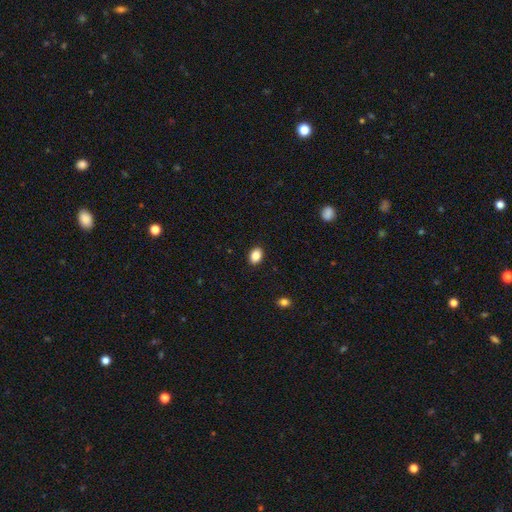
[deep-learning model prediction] smooth-or-featured: smooth: 87% | star or artifact: 9% | featured or disk: 5%
  how-rounded: in between: 74% | round: 25% | cigar-shaped: 1%
  merging: none: 90% | minor disturbance: 7% | major disturbance: 2% | merger: 1%